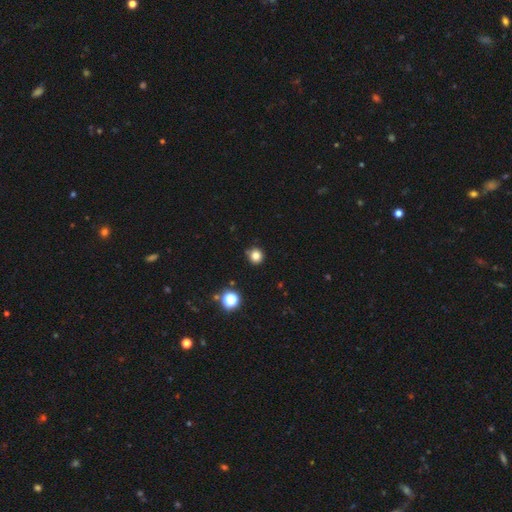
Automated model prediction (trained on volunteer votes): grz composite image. It shows a smooth galaxy with no disk features (81%) that is round (91%). Merging: none (85%).